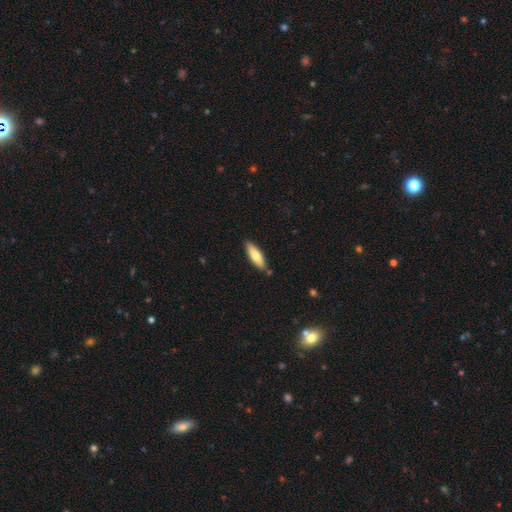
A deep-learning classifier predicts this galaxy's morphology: smooth 74%, featured or disk 21%, star or artifact 6%. Down the decision tree: how rounded — cigar-shaped (51%); merging — none (84%).